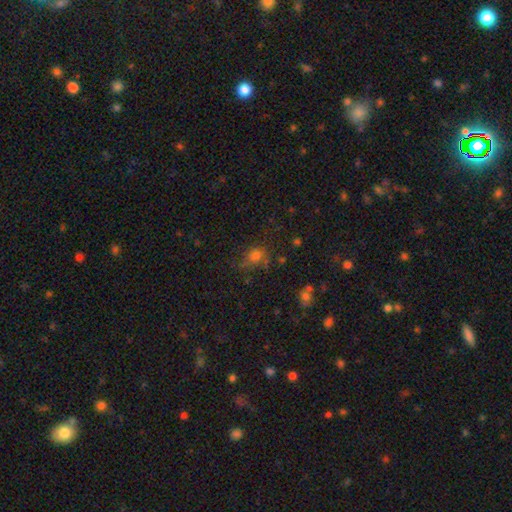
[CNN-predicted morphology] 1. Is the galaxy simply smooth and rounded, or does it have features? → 67% smooth, 22% star or artifact, 11% featured or disk.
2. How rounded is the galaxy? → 56% round, 42% in between, 2% cigar-shaped.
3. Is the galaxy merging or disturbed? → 55% none, 24% minor disturbance, 15% major disturbance, 6% merger.